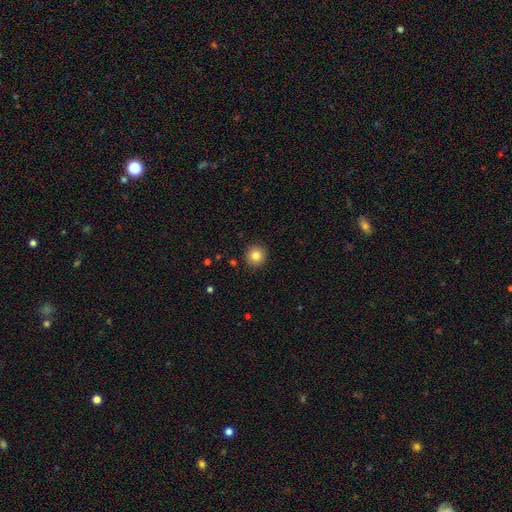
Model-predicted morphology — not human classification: This is clearly a smooth galaxy (83%). How rounded: clearly round (95%). Merging: clearly none (92%).